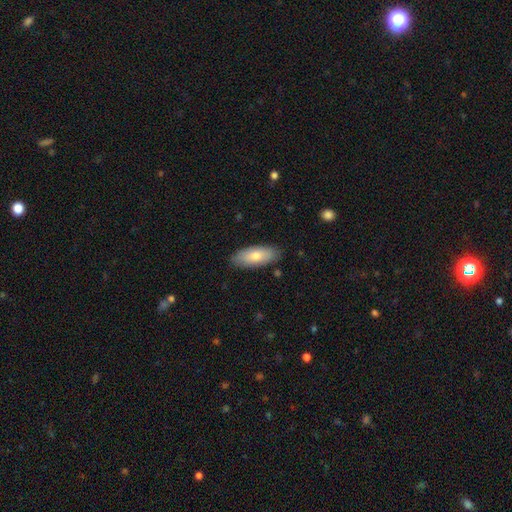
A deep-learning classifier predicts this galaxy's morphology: Smooth or featured? smooth (74%)
How rounded? in between (79%)
Merging? none (87%)